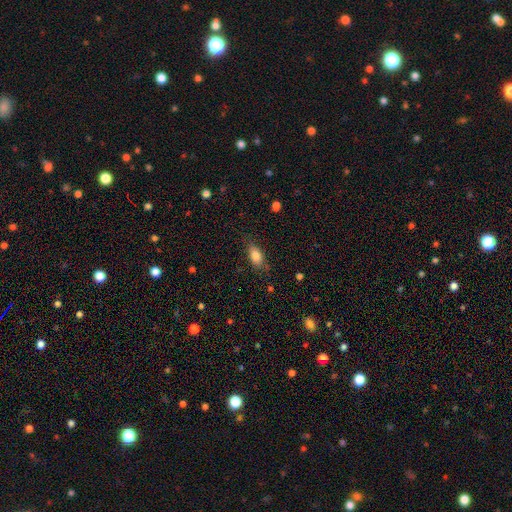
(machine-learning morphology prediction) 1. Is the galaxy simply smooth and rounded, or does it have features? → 82% smooth, 10% featured or disk, 8% star or artifact.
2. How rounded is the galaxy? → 87% in between, 7% cigar-shaped, 6% round.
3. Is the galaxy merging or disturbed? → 79% none, 15% minor disturbance, 4% major disturbance, 1% merger.